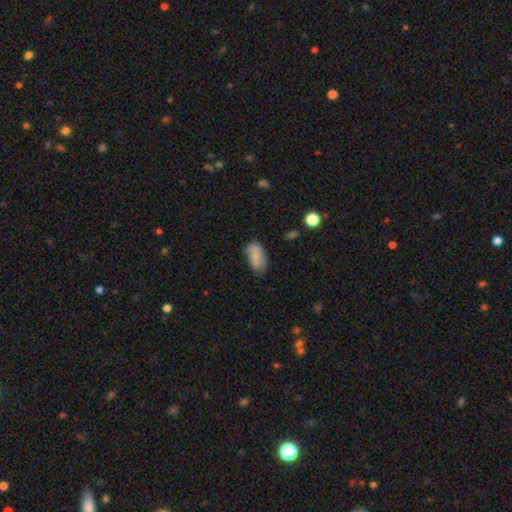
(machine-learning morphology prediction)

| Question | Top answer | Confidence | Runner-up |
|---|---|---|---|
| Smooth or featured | smooth | 79% | featured or disk (14%) |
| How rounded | in between | 92% | cigar-shaped (4%) |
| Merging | none | 52% | minor disturbance (33%) |